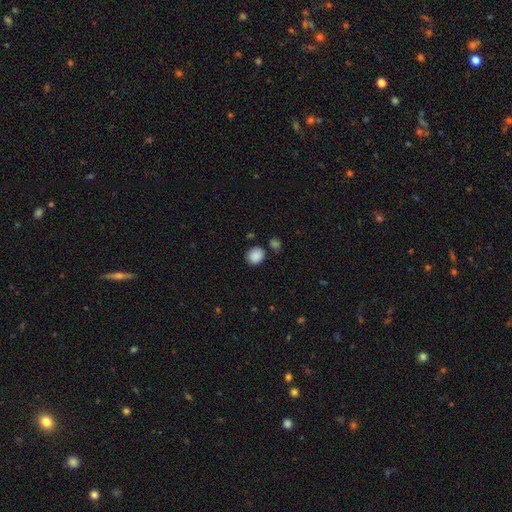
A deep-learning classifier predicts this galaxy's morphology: smooth_or_featured: smooth (p=0.88) [alt: star or artifact p=0.09]
how_rounded: round (p=0.79) [alt: in between p=0.20]
merging: none (p=0.77) [alt: minor disturbance p=0.12]